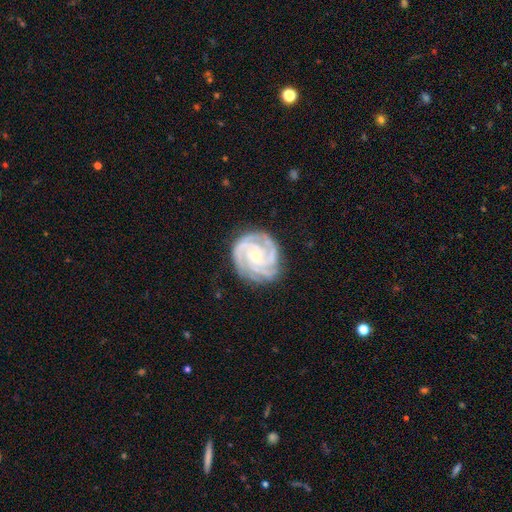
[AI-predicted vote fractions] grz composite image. It shows a featured or disk galaxy (91%) with no bar (72%), 3 (45%) tight (76%) spiral arms (98%) and a small central bulge (68%). Merging: none (80%).